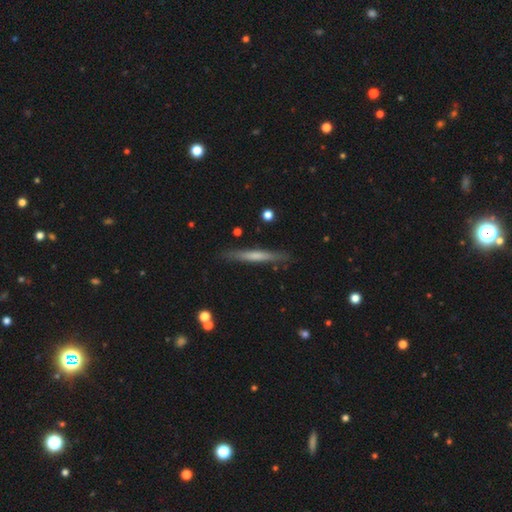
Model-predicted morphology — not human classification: Smooth or featured? smooth (55%)
How rounded? cigar-shaped (95%)
Merging? none (87%)